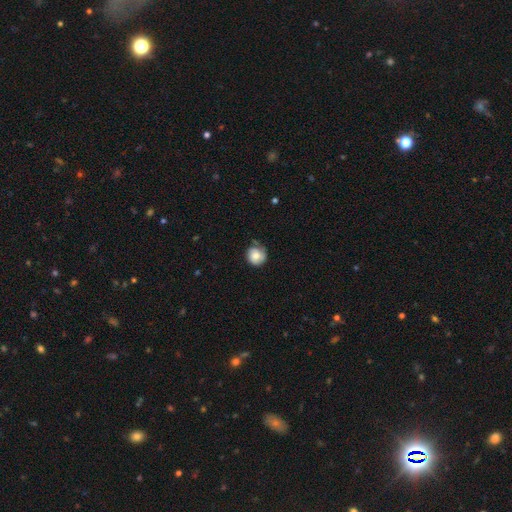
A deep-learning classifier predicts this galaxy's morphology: smooth-or-featured: smooth: 68% | featured or disk: 24% | star or artifact: 8%
  how-rounded: round: 87% | in between: 12% | cigar-shaped: 1%
  merging: none: 61% | minor disturbance: 28% | major disturbance: 8% | merger: 3%